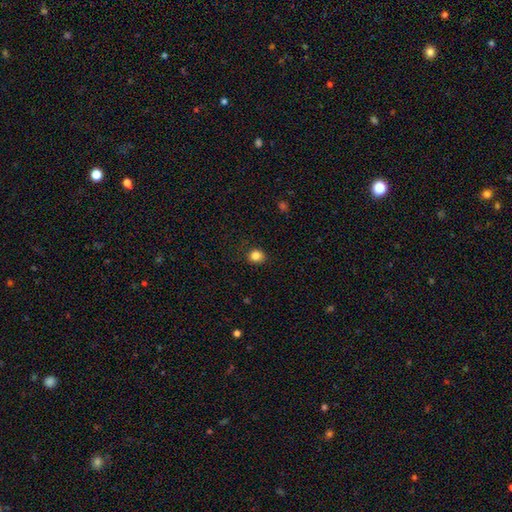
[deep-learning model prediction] This is clearly a smooth galaxy (84%). How rounded: clearly round (82%). Merging: clearly none (88%).